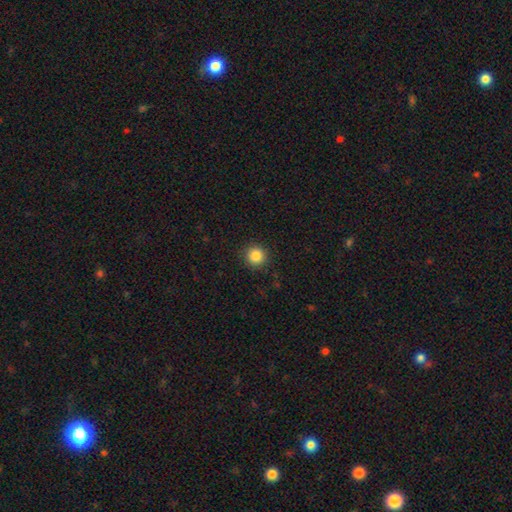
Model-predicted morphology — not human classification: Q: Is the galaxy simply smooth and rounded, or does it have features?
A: smooth — 86%.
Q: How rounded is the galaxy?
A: round — 95%.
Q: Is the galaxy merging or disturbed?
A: none — 91%.